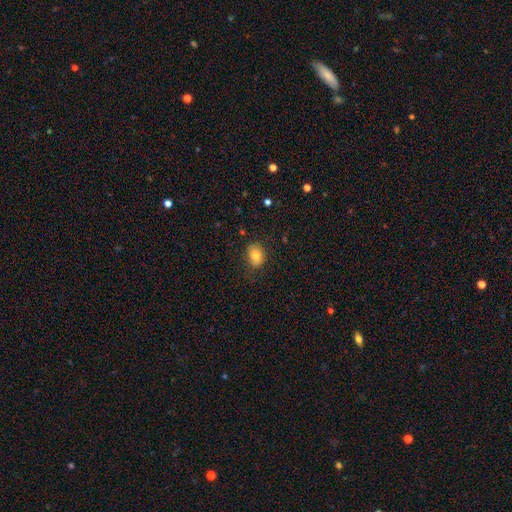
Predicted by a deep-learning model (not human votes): Smooth or featured? Predicted: smooth (p=0.80). How rounded? Predicted: in between (p=0.67). Merging? Predicted: none (p=0.76).